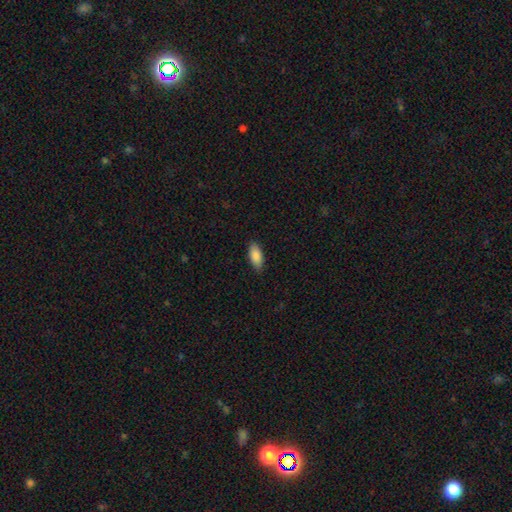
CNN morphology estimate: A smooth galaxy with no disk features (88%) that is in between round and cigar-shaped (87%).

Vote fractions:
- Smooth or featured? smooth: 88% / star or artifact: 6% / featured or disk: 6%
- How rounded? in between: 87% / cigar-shaped: 11% / round: 2%
- Merging? none: 85% / minor disturbance: 12% / major disturbance: 2% / merger: 1%